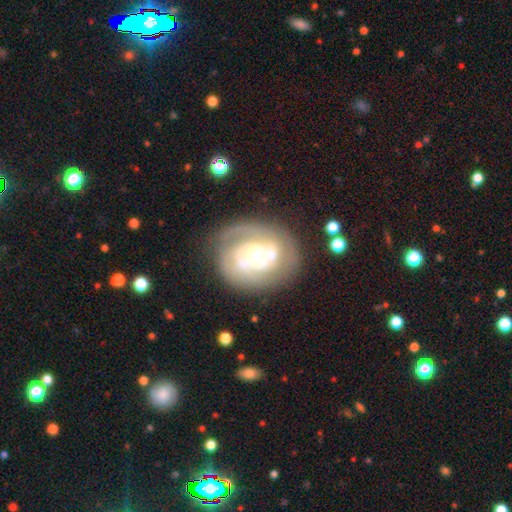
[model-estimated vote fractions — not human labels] Smooth or featured? featured or disk (79%)
Edge-on disk? no (97%)
Bar? no (72%)
Spiral arms? yes (83%)
Spiral winding? tight (58%)
Spiral arm count? 2 (46%)
Bulge size? moderate (46%)
Merging? none (66%)